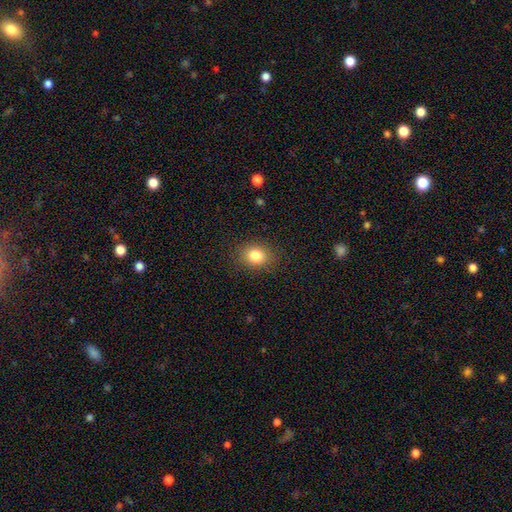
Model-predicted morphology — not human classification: smooth-or-featured: smooth: 83% | star or artifact: 10% | featured or disk: 7%
  how-rounded: round: 55% | in between: 45% | cigar-shaped: 1%
  merging: none: 87% | minor disturbance: 9% | major disturbance: 3% | merger: 1%